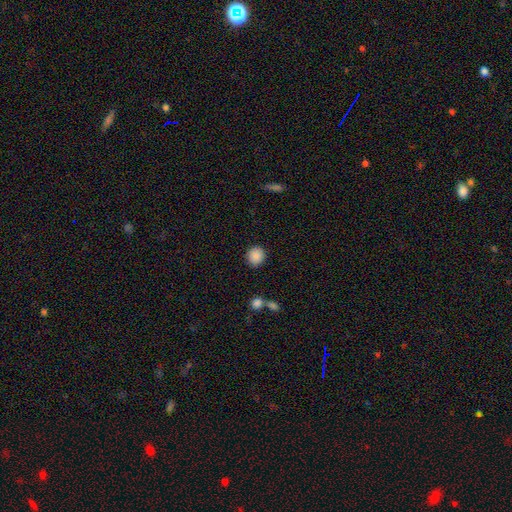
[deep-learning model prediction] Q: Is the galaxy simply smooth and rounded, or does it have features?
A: smooth — 89%.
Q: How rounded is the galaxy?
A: round — 86%.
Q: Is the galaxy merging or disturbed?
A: none — 88%.